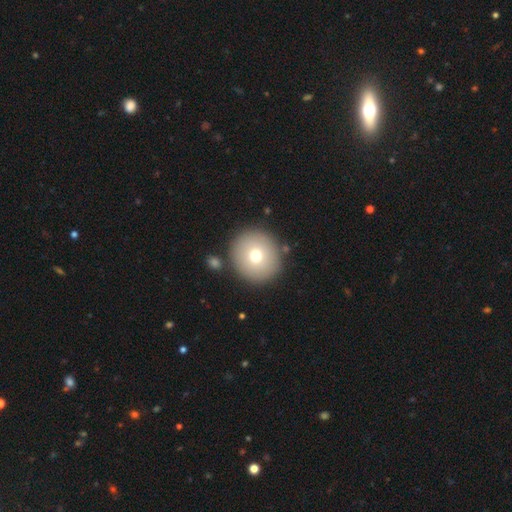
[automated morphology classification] Q: Smooth or featured?
A: smooth (72%); runner-up: featured or disk (17%)
Q: How rounded?
A: round (92%); runner-up: in between (7%)
Q: Merging?
A: none (86%); runner-up: minor disturbance (6%)